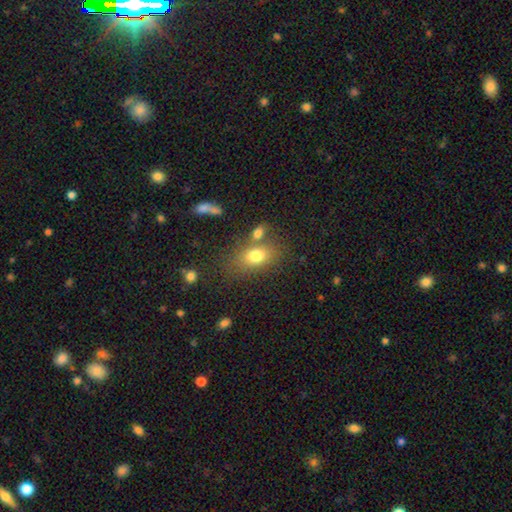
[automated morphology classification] A smooth galaxy with no disk features (76%) that is in between round and cigar-shaped (79%).

Vote fractions:
- Smooth or featured? smooth: 76% / featured or disk: 13% / star or artifact: 11%
- How rounded? in between: 79% / round: 19% / cigar-shaped: 3%
- Merging? none: 63% / merger: 18% / minor disturbance: 14% / major disturbance: 6%